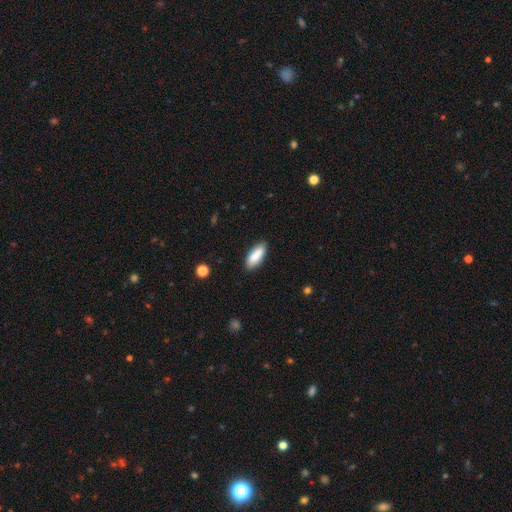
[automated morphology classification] Smooth or featured? Predicted: smooth (p=0.86). How rounded? Predicted: in between (p=0.70). Merging? Predicted: none (p=0.86).